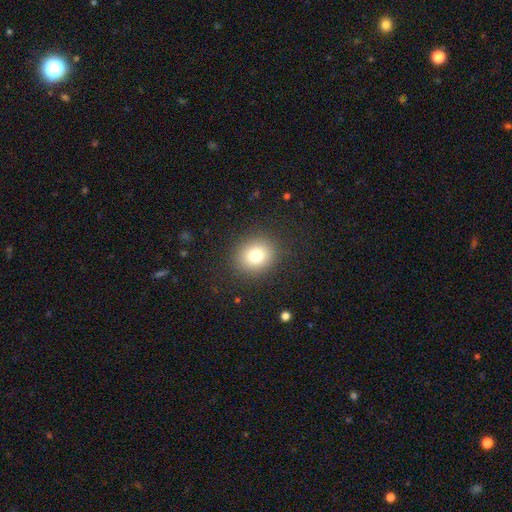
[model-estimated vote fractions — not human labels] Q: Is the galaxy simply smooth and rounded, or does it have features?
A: smooth — 77%.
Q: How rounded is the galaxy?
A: round — 79%.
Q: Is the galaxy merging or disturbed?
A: none — 89%.